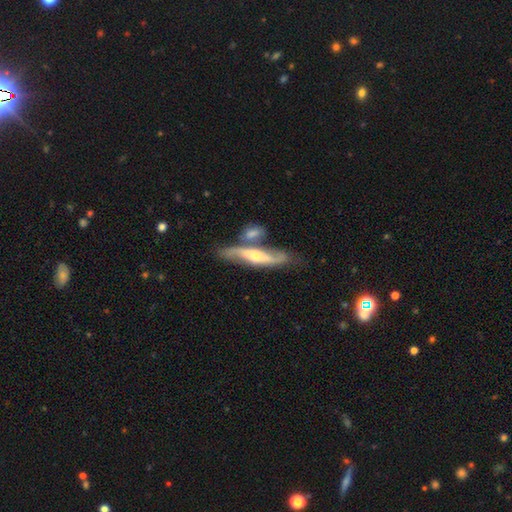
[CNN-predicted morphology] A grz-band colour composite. It shows a featured or disk galaxy (69%). Merging: none (48%).